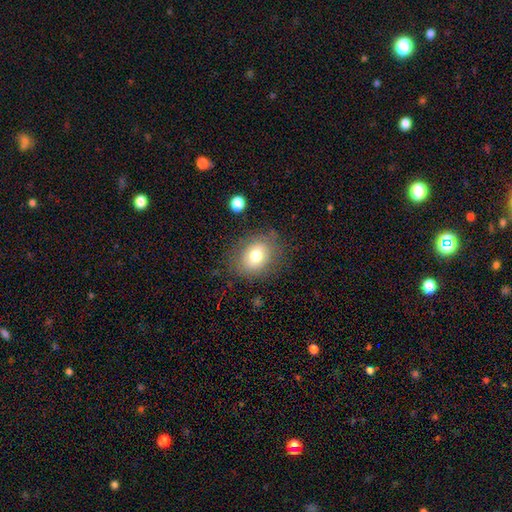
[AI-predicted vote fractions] Morphology: type=smooth (72%); roundness=round (52%); merging=none (77%).